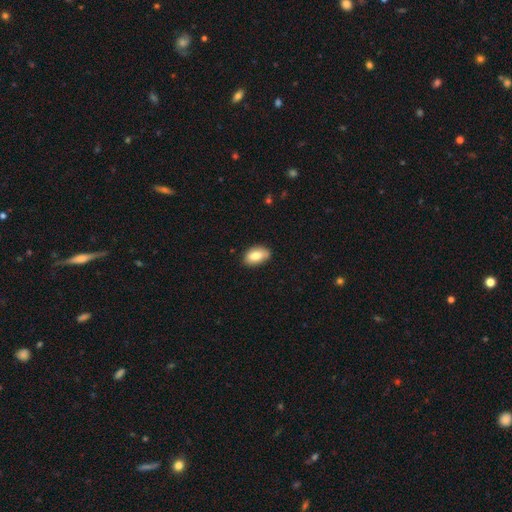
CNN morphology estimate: Q: Smooth or featured?
A: smooth (81%); runner-up: featured or disk (12%)
Q: How rounded?
A: in between (91%); runner-up: round (7%)
Q: Merging?
A: none (78%); runner-up: minor disturbance (18%)